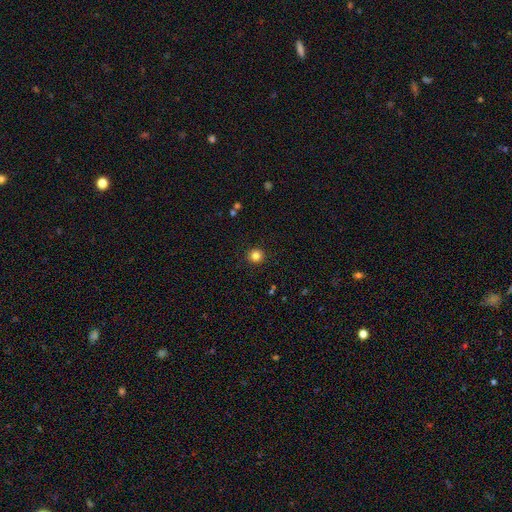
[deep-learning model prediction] Overall: smooth (84%). How rounded: round (94%). Merging: none (92%).